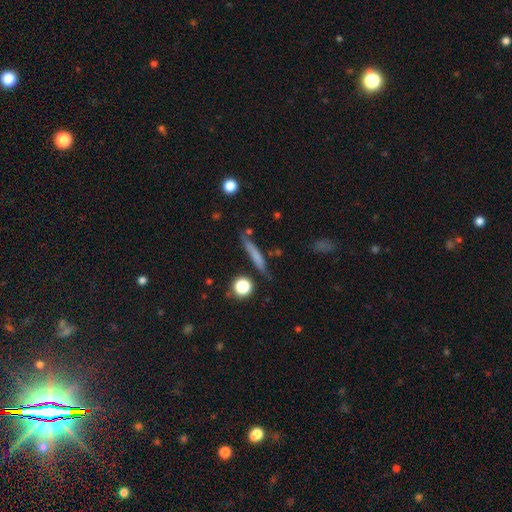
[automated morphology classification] Smooth or featured? Predicted: smooth (p=0.63). How rounded? Predicted: cigar-shaped (p=0.90). Merging? Predicted: none (p=0.76).